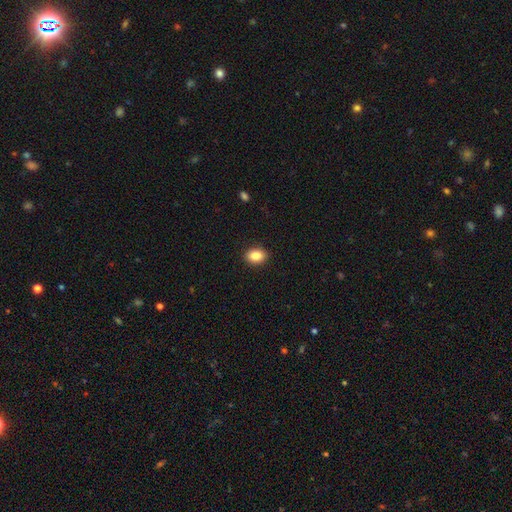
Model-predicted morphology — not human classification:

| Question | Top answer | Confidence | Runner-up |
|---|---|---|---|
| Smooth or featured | smooth | 87% | star or artifact (8%) |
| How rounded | in between | 69% | round (30%) |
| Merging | none | 91% | minor disturbance (7%) |